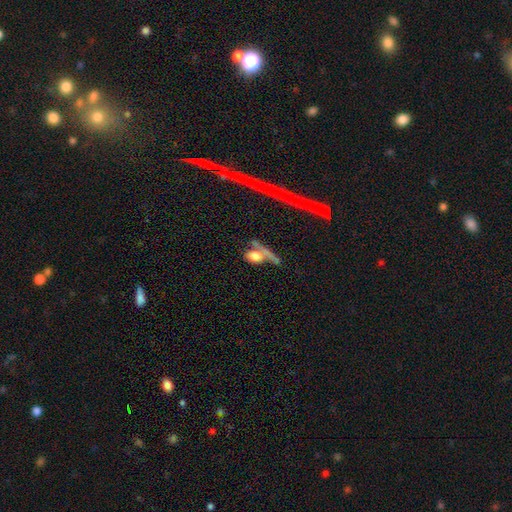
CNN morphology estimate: smooth 62%, featured or disk 26%, star or artifact 12%. Down the decision tree: how rounded — in between (55%); merging — none (33%).